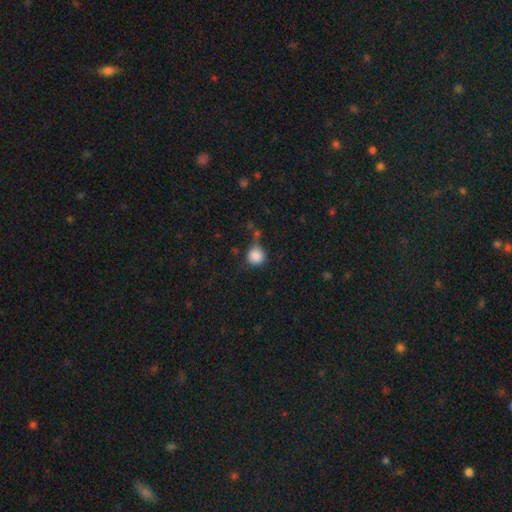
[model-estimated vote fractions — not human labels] smooth 86%, star or artifact 9%, featured or disk 5%. Down the decision tree: how rounded — round (91%); merging — none (54%).